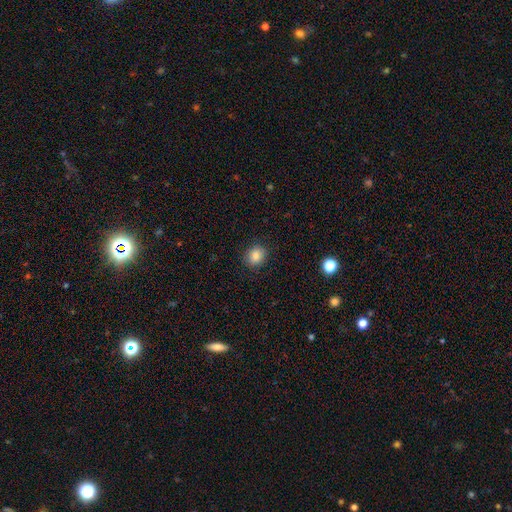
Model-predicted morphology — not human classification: The model was most divided on "how rounded": round: 70%, in between: 29%, cigar-shaped: 1%. More confident: merging — none (89%); smooth or featured — smooth (84%).